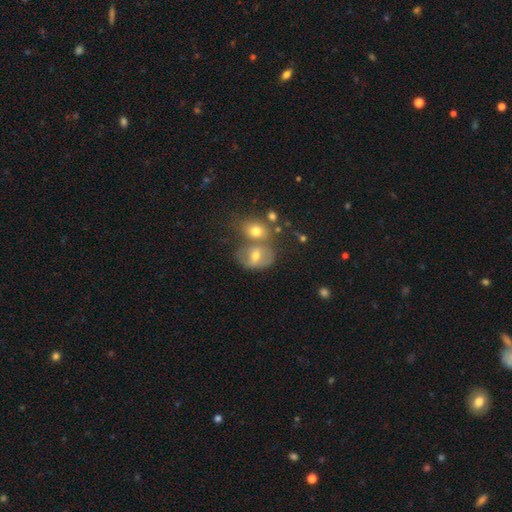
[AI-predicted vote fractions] Smooth or featured? Predicted: smooth (p=0.56). How rounded? Predicted: in between (p=0.55). Merging? Predicted: merger (p=0.46).